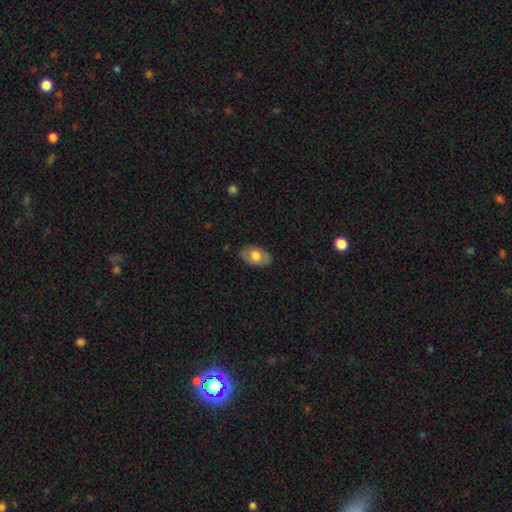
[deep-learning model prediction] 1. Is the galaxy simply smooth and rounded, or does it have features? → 66% smooth, 27% featured or disk, 6% star or artifact.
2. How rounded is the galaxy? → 92% in between, 7% round, 1% cigar-shaped.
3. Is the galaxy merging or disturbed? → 82% none, 14% minor disturbance, 3% major disturbance, 1% merger.